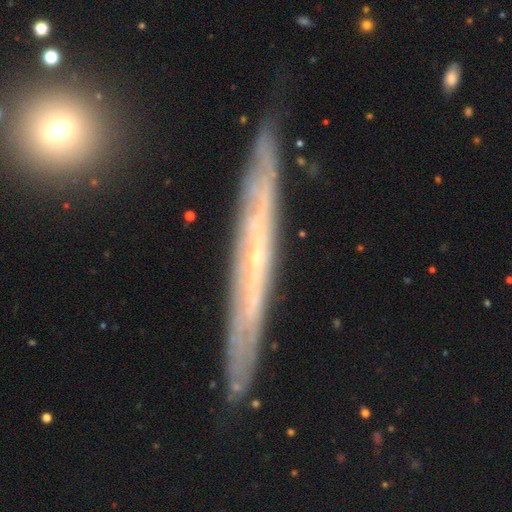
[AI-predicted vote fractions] The model was most divided on "edge-on bulge": none: 75%, rounded: 22%, boxy: 3%. More confident: merging — none (86%); edge-on disk — yes (83%); smooth or featured — featured or disk (75%).